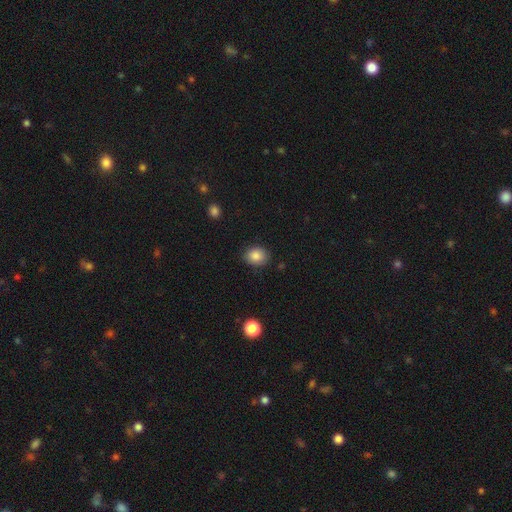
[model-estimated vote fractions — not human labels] Overall: smooth (86%). How rounded: round (53%; in between 46%). Merging: none (85%).